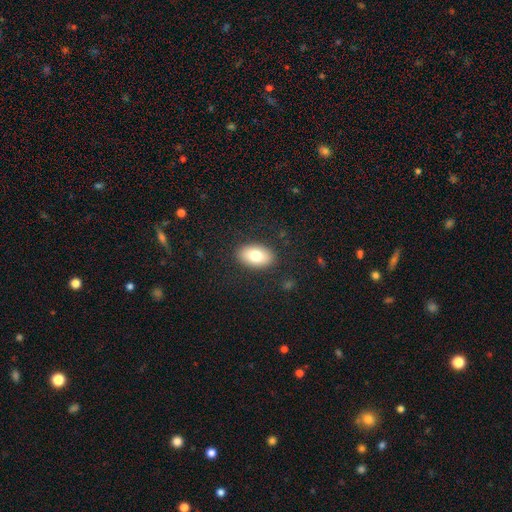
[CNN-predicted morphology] Smooth or featured? smooth (78%)
How rounded? in between (92%)
Merging? none (87%)